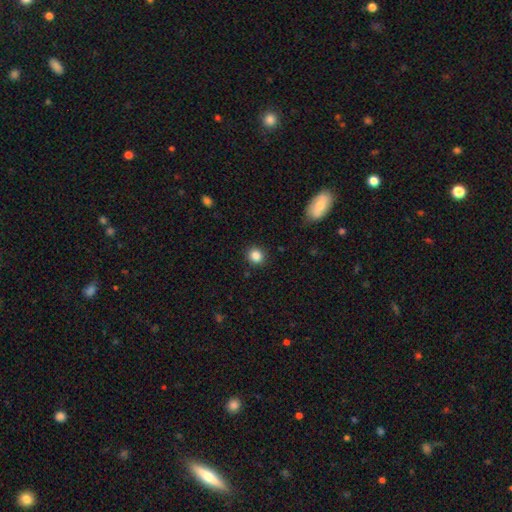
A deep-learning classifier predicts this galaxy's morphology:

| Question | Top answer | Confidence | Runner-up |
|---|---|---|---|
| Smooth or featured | smooth | 86% | star or artifact (11%) |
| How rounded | round | 87% | in between (12%) |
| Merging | none | 91% | minor disturbance (6%) |